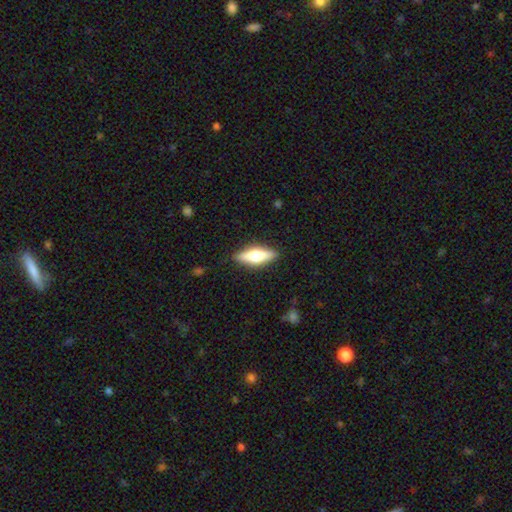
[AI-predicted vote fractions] Smooth or featured? Predicted: featured or disk (p=0.50). Edge-on disk? Predicted: yes (p=0.92). Merging? Predicted: none (p=0.88).